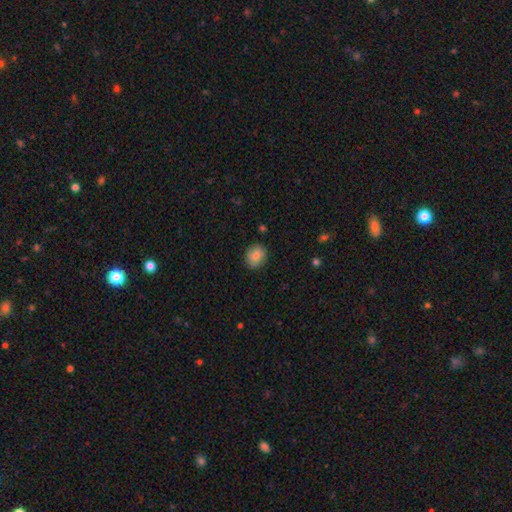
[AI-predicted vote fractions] A smooth galaxy with no disk features (82%) that is round (60%). Merging: none (86%).